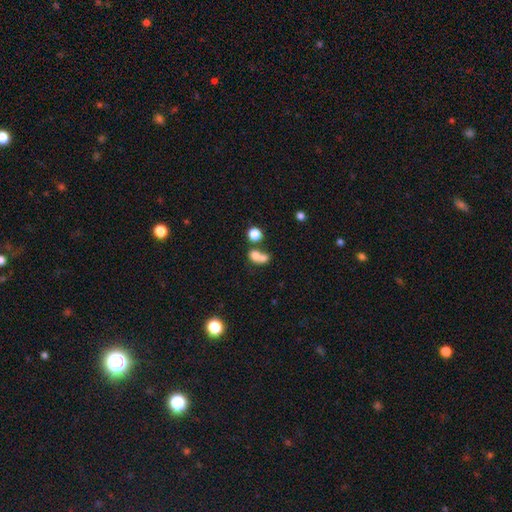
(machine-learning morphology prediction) Smooth or featured? smooth (73%)
How rounded? round (55%)
Merging? merger (62%)